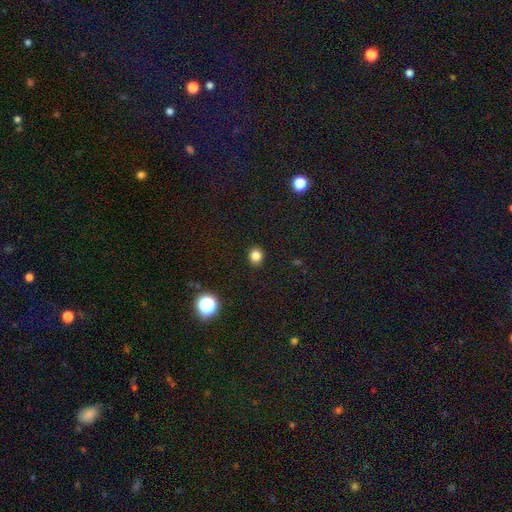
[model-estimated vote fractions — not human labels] A smooth galaxy with no disk features (82%) that is round (76%). Merging: none (92%).